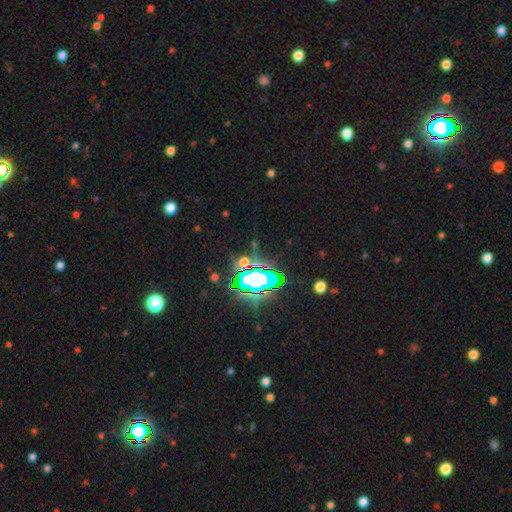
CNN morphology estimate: Smooth or featured? star or artifact (76%)